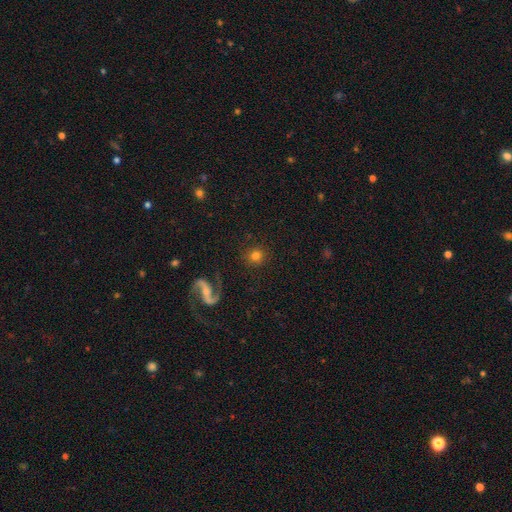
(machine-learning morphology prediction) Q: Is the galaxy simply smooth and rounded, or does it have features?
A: smooth — 68%.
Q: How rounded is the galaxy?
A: round — 93%.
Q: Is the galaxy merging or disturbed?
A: none — 88%.